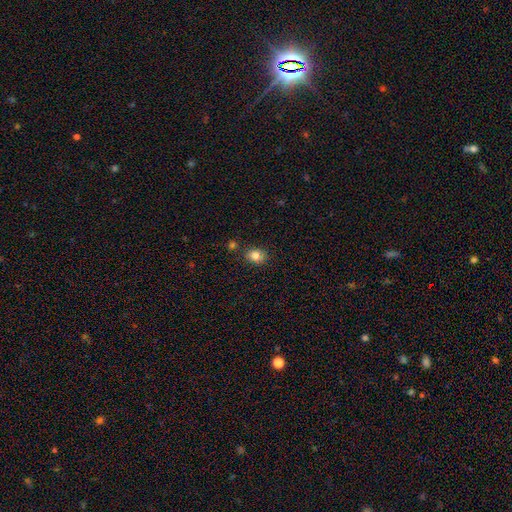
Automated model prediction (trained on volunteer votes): Smooth or featured? Predicted: smooth (p=0.76). How rounded? Predicted: in between (p=0.50). Merging? Predicted: none (p=0.76).